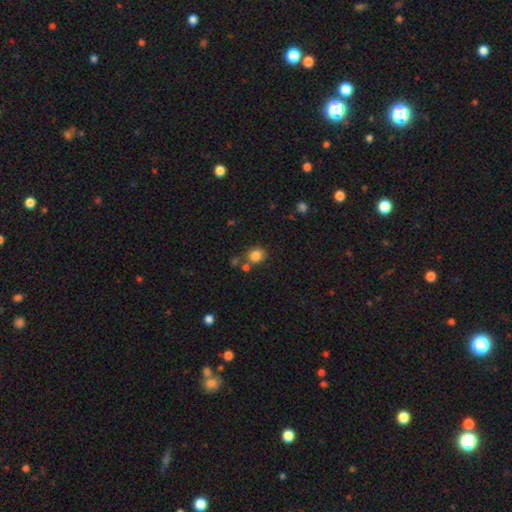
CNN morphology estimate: Smooth or featured? Predicted: smooth (p=0.83). How rounded? Predicted: round (p=0.76). Merging? Predicted: none (p=0.70).